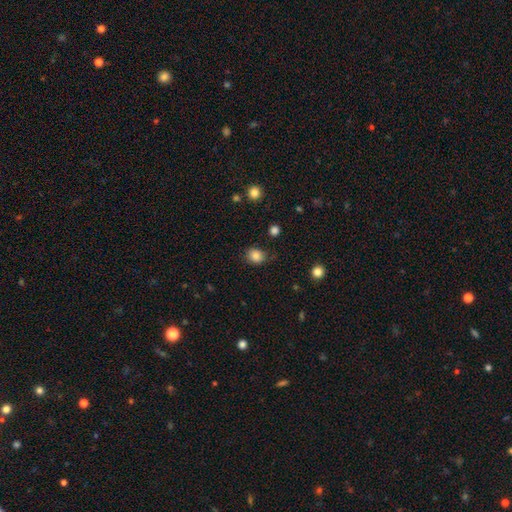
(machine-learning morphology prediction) Q: Smooth or featured?
A: smooth (84%); runner-up: star or artifact (11%)
Q: How rounded?
A: round (65%); runner-up: in between (34%)
Q: Merging?
A: none (80%); runner-up: minor disturbance (15%)